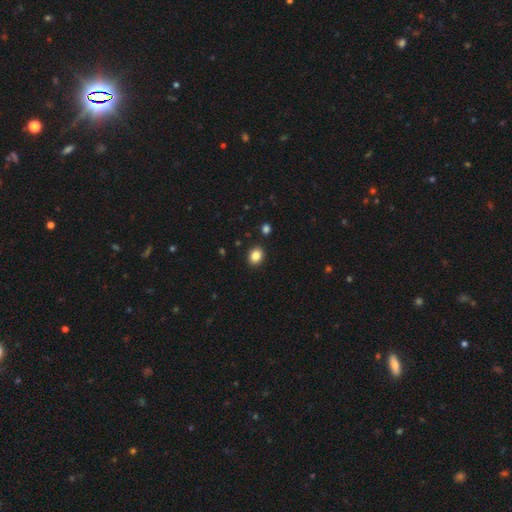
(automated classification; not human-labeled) Smooth or featured? Predicted: smooth (p=0.86). How rounded? Predicted: round (p=0.51). Merging? Predicted: none (p=0.90).